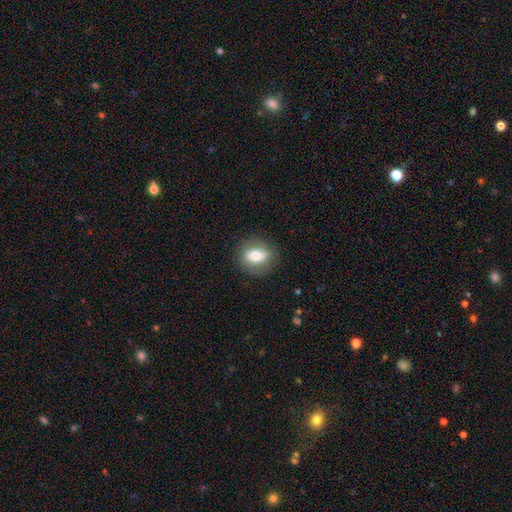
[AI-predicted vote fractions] Smooth or featured: smooth — 64% (featured or disk — 28%)
How rounded: round — 49% (in between — 48%)
Merging: none — 82% (minor disturbance — 12%)